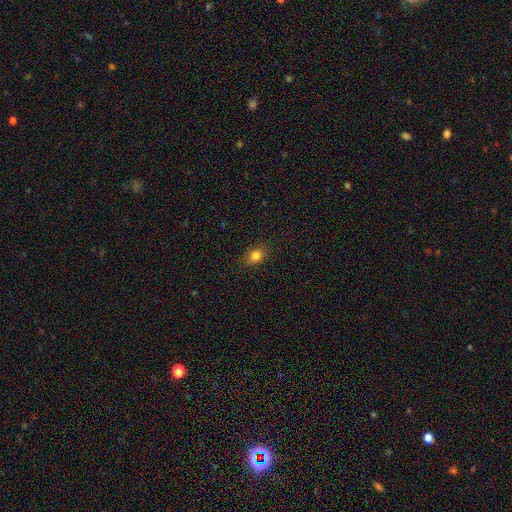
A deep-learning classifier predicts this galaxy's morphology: A smooth galaxy with no disk features (82%) that is in between round and cigar-shaped (67%).

Vote fractions:
- Smooth or featured? smooth: 82% / star or artifact: 11% / featured or disk: 7%
- How rounded? in between: 67% / round: 31% / cigar-shaped: 2%
- Merging? none: 87% / minor disturbance: 10% / major disturbance: 2% / merger: 1%